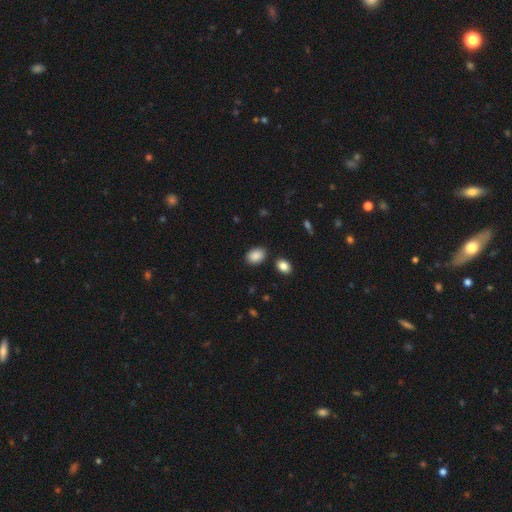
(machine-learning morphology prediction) Smooth or featured: smooth — 88% (star or artifact — 7%)
How rounded: in between — 81% (round — 18%)
Merging: none — 84% (minor disturbance — 10%)